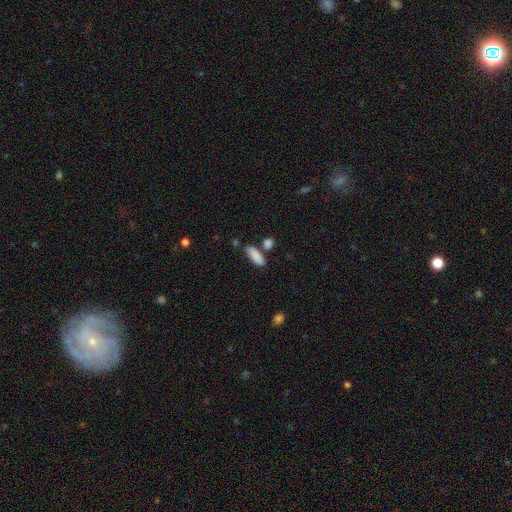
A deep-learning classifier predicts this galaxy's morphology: A smooth galaxy with no disk features (87%) that is in between round and cigar-shaped (70%).

Vote fractions:
- Smooth or featured? smooth: 87% / star or artifact: 7% / featured or disk: 6%
- How rounded? in between: 70% / cigar-shaped: 28% / round: 3%
- Merging? none: 70% / minor disturbance: 14% / merger: 13% / major disturbance: 4%